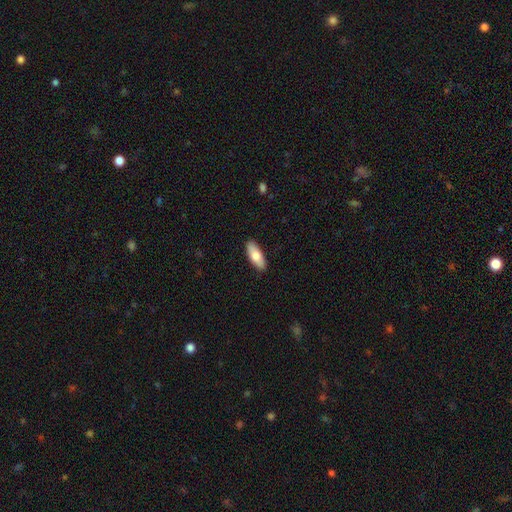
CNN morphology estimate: Smooth or featured?
  - smooth: 75% *
  - featured or disk: 19%
  - star or artifact: 5%
How rounded?
  - in between: 74% *
  - cigar-shaped: 24%
  - round: 2%
Merging?
  - none: 89% *
  - minor disturbance: 8%
  - major disturbance: 2%
  - merger: 1%